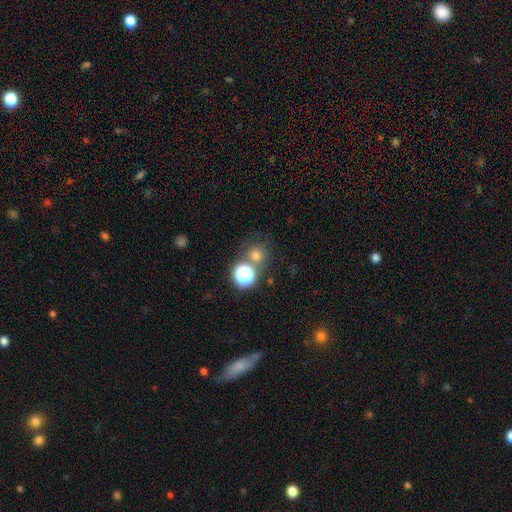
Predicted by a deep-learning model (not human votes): Q: Smooth or featured?
A: smooth (70%); runner-up: star or artifact (23%)
Q: How rounded?
A: round (89%); runner-up: in between (10%)
Q: Merging?
A: none (67%); runner-up: merger (21%)